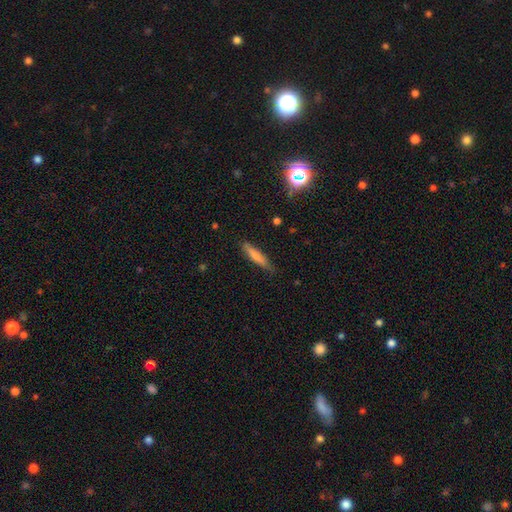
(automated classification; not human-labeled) A smooth galaxy with no disk features (71%) that is cigar-shaped (84%).

Vote fractions:
- Smooth or featured? smooth: 71% / featured or disk: 22% / star or artifact: 7%
- How rounded? cigar-shaped: 84% / in between: 15% / round: 2%
- Merging? none: 79% / minor disturbance: 16% / major disturbance: 3% / merger: 1%